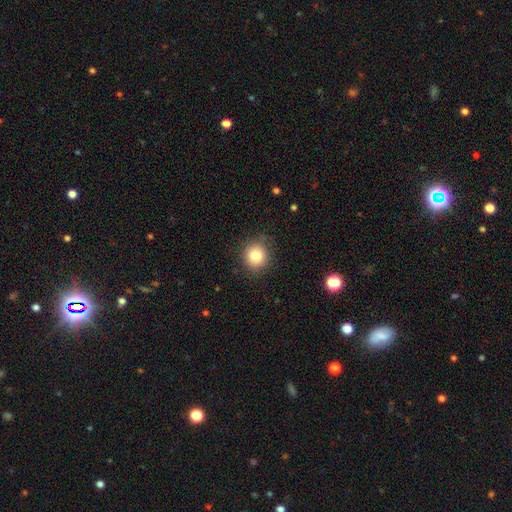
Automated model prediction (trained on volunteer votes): smooth_or_featured: smooth (p=0.81) [alt: star or artifact p=0.11]
how_rounded: round (p=0.91) [alt: in between p=0.08]
merging: none (p=0.87) [alt: minor disturbance p=0.09]